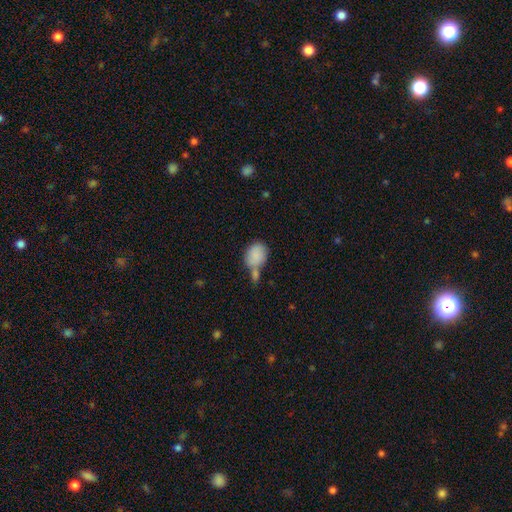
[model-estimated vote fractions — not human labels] The model was most divided on "merging": merger: 40%, none: 36%, minor disturbance: 16%, major disturbance: 7%. More confident: smooth or featured — smooth (85%); how rounded — in between (57%).